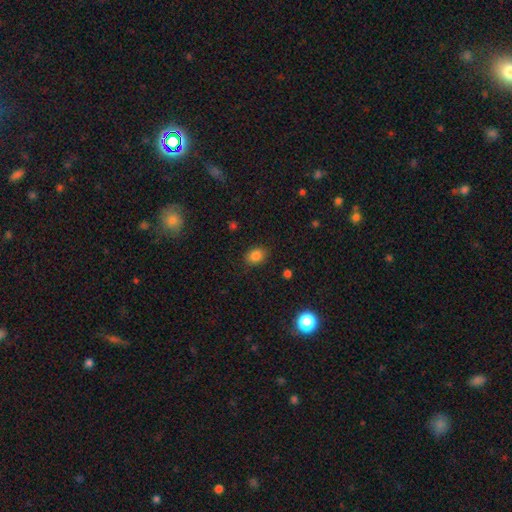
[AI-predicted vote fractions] Smooth or featured: smooth — 83% (star or artifact — 11%)
How rounded: in between — 66% (round — 32%)
Merging: none — 85% (minor disturbance — 11%)